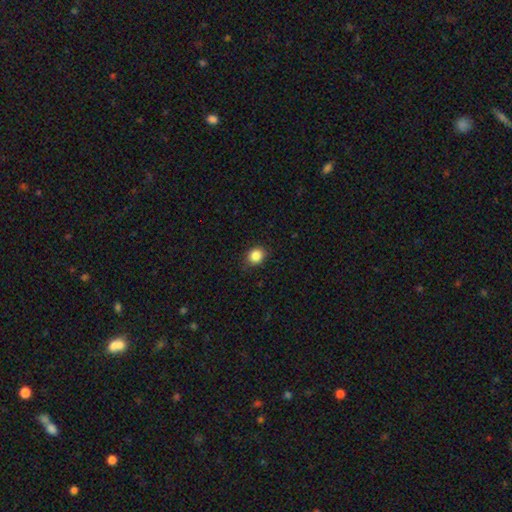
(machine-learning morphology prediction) smooth 86%, star or artifact 10%, featured or disk 4%. Down the decision tree: how rounded — round (71%); merging — none (87%).